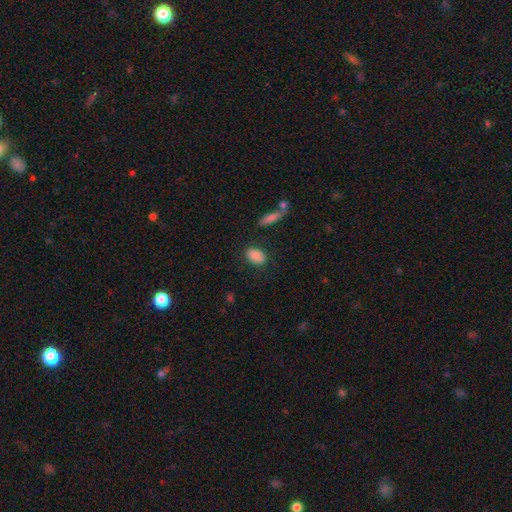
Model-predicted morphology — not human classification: type=smooth (86%); roundness=in between (88%); merging=none (82%).